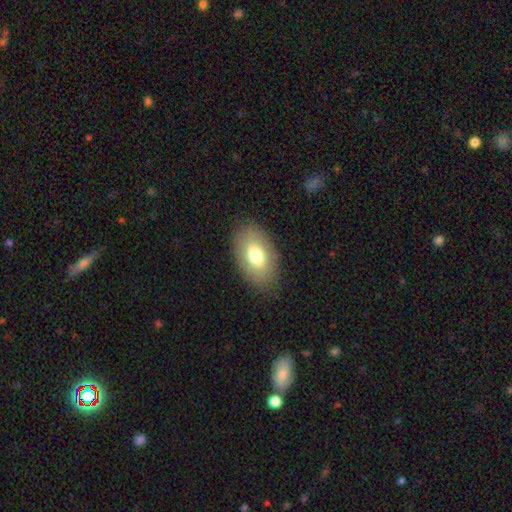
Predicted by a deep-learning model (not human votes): smooth_or_featured: smooth (p=0.71) [alt: featured or disk p=0.21]
how_rounded: in between (p=0.91) [alt: round p=0.07]
merging: none (p=0.84) [alt: minor disturbance p=0.11]